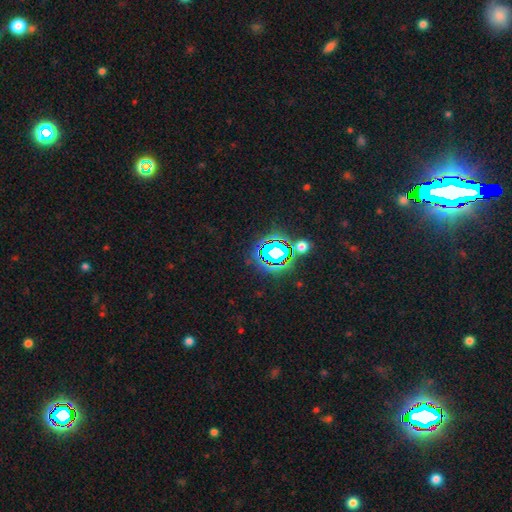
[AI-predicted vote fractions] Smooth or featured: star or artifact — 82% (smooth — 10%)